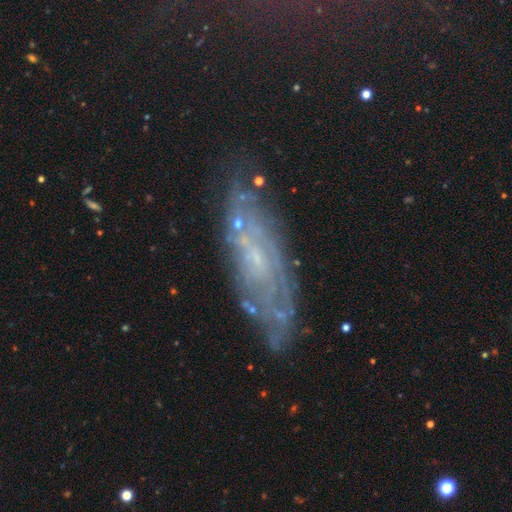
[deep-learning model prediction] smooth_or_featured: featured or disk (p=0.64) [alt: smooth p=0.19]
disk_edge_on: no (p=0.78) [alt: yes p=0.22]
merging: none (p=0.74) [alt: minor disturbance p=0.16]